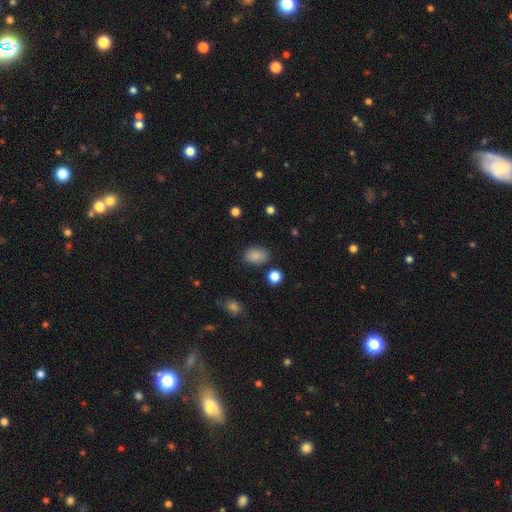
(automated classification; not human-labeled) A smooth galaxy with no disk features (86%) that is in between round and cigar-shaped (78%).

Vote fractions:
- Smooth or featured? smooth: 86% / star or artifact: 10% / featured or disk: 5%
- How rounded? in between: 78% / round: 21% / cigar-shaped: 1%
- Merging? none: 81% / minor disturbance: 13% / major disturbance: 4% / merger: 3%